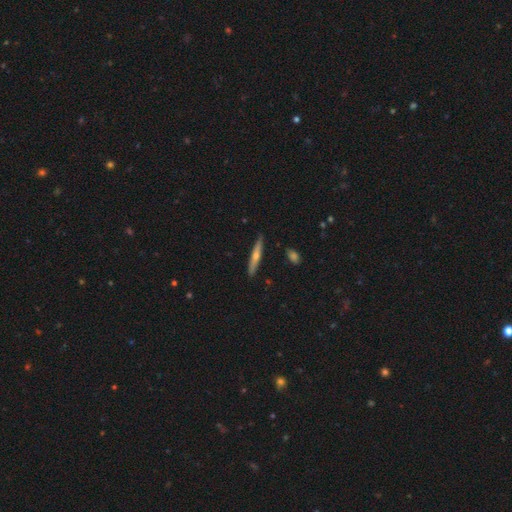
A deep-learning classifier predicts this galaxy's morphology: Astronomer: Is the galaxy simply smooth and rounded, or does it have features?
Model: featured or disk — 54% (runner-up: smooth, 40%).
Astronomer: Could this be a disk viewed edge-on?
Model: yes — 94%.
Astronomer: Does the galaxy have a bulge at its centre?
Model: rounded — 82%.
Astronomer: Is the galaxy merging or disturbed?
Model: none — 89%.